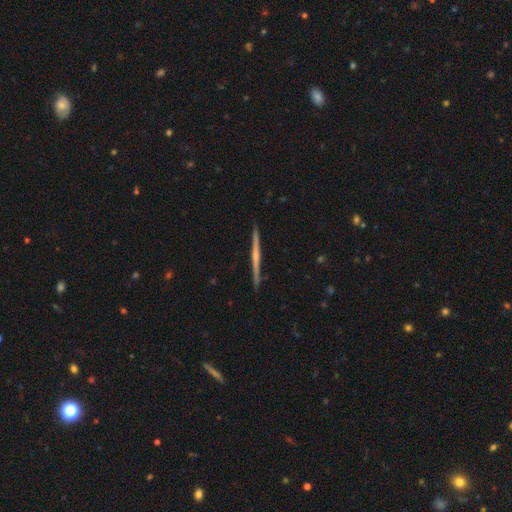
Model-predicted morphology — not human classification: Smooth or featured: featured or disk — 73% (smooth — 22%)
Edge-on disk: yes — 99% (no — 1%)
Edge-on bulge: rounded — 53% (none — 40%)
Merging: none — 92% (minor disturbance — 6%)